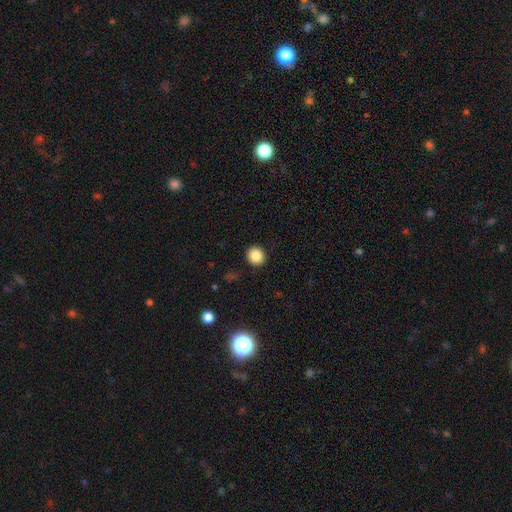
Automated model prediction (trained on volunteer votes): Morphology: type=smooth (86%); roundness=round (86%); merging=none (91%).